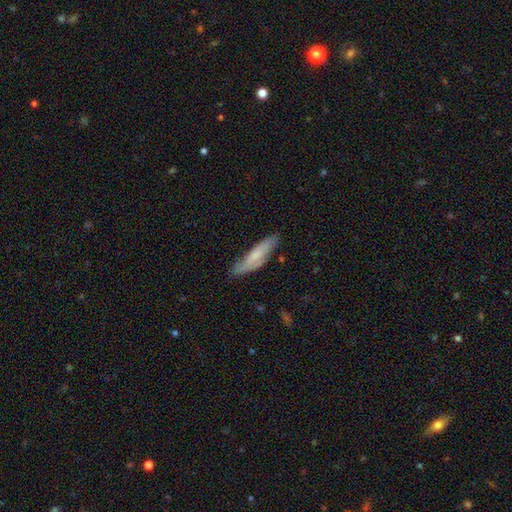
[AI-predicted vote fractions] Smooth or featured? Predicted: smooth (p=0.57). How rounded? Predicted: cigar-shaped (p=0.75). Merging? Predicted: none (p=0.72).